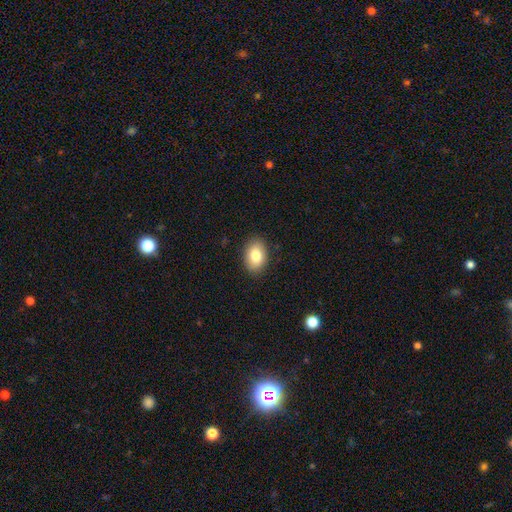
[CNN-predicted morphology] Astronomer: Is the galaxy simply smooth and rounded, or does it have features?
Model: smooth — 83%.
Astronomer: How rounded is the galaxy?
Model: in between — 84%.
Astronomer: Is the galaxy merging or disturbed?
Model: none — 88%.